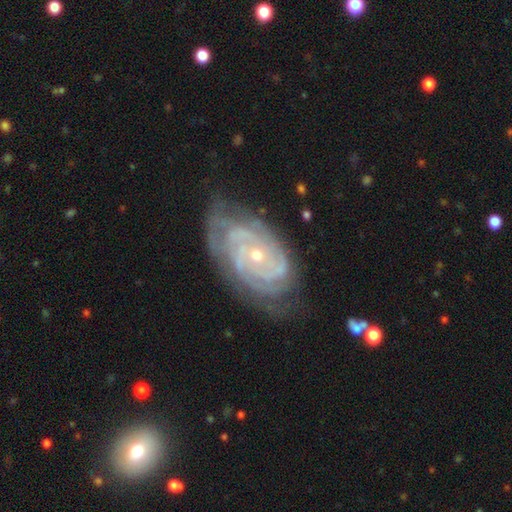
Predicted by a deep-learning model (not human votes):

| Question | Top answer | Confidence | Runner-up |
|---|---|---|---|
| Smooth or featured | featured or disk | 89% | star or artifact (6%) |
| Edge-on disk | no | 96% | yes (4%) |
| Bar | no | 75% | weak (19%) |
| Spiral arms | yes | 97% | no (3%) |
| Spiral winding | tight | 78% | medium (18%) |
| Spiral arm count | can't tell | 25% | 3 (21%) |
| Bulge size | small | 73% | moderate (24%) |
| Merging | none | 69% | minor disturbance (21%) |